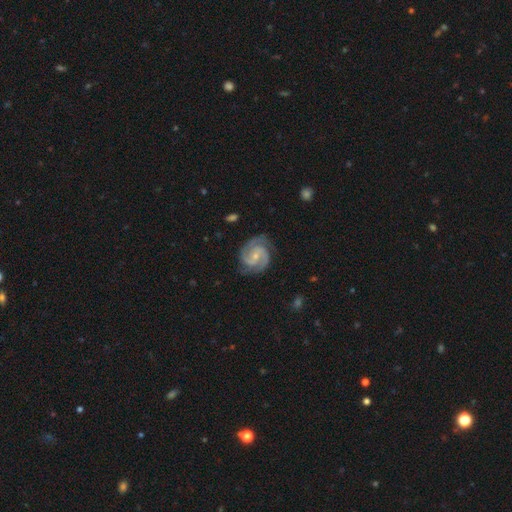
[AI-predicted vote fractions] A featured or disk galaxy (92%) with no bar (45%), 2 (70%) tight (48%) spiral arms (98%) and a small central bulge (64%).

Vote fractions:
- Smooth or featured? featured or disk: 92% / smooth: 4% / star or artifact: 4%
- Edge-on disk? no: 98% / yes: 2%
- Bar? no: 45% / weak: 42% / strong: 13%
- Spiral arms? yes: 98% / no: 2%
- Spiral winding? tight: 48% / medium: 46% / loose: 6%
- Spiral arm count? 2: 70% / 3: 19% / can't tell: 4% / 4: 2% / 1: 2% / more than 4: 2%
- Bulge size? small: 64% / moderate: 32% / none: 3% / large: 1% / dominant: 1%
- Merging? none: 78% / minor disturbance: 16% / major disturbance: 4% / merger: 1%